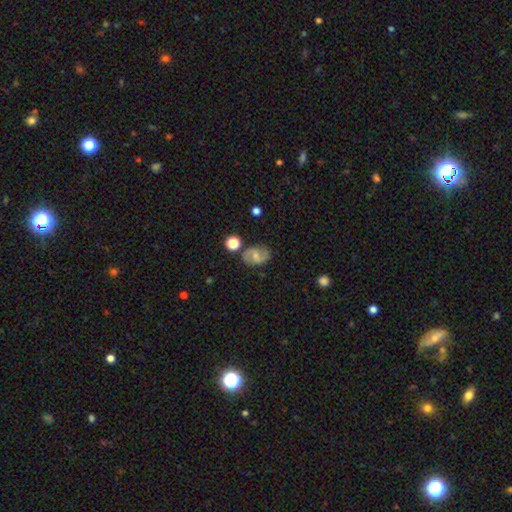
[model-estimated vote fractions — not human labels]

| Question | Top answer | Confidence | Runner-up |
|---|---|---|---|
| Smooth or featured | featured or disk | 56% | smooth (36%) |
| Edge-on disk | no | 96% | yes (4%) |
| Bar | weak | 50% | no (32%) |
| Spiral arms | yes | 79% | no (21%) |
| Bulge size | small | 50% | moderate (42%) |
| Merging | none | 77% | minor disturbance (15%) |